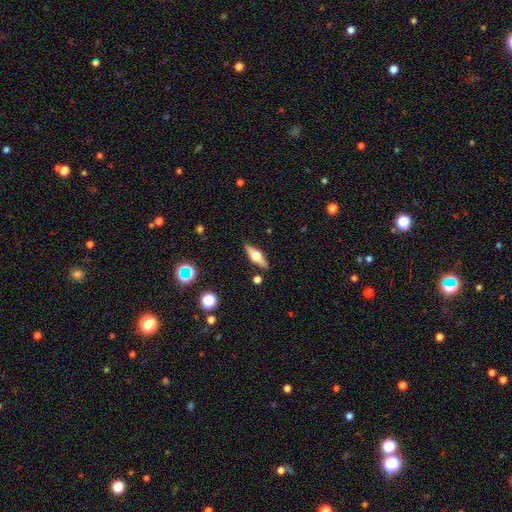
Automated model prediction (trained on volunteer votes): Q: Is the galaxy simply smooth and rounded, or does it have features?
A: featured or disk — 61%.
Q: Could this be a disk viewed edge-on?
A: yes — 94%.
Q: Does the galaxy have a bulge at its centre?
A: rounded — 94%.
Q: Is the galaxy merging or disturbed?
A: none — 88%.